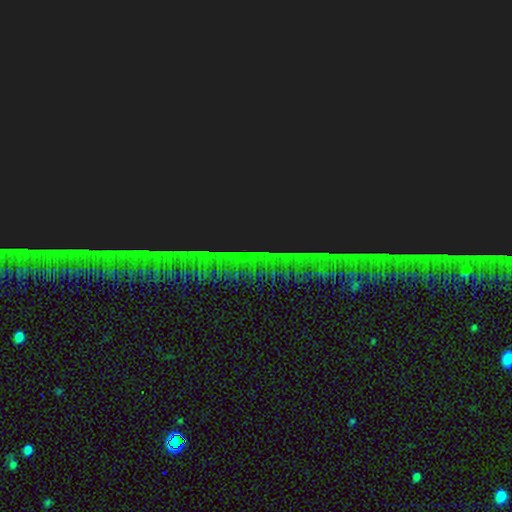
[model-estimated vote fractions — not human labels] star or artifact 84%, featured or disk 8%, smooth 8%.